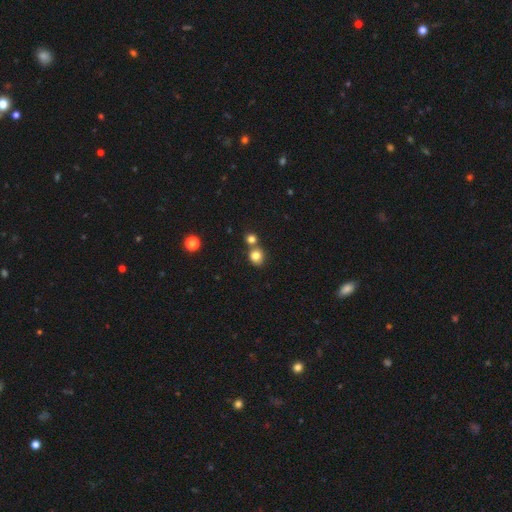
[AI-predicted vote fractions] Overall: smooth (82%). How rounded: round (76%). Merging: none (59%; merger 30%).